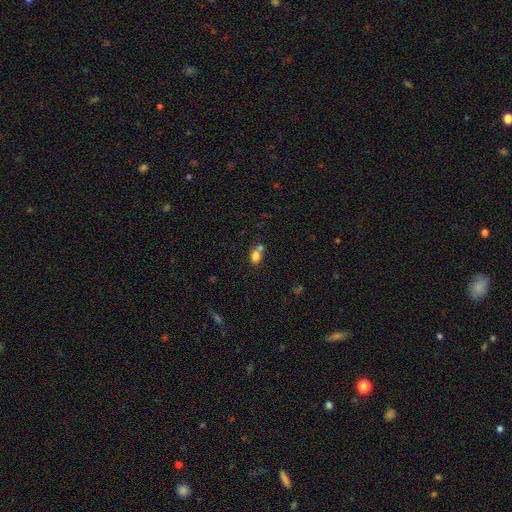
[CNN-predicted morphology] smooth_or_featured: smooth (p=0.78) [alt: featured or disk p=0.11]
how_rounded: in between (p=0.56) [alt: round p=0.43]
merging: merger (p=0.45) [alt: none p=0.40]